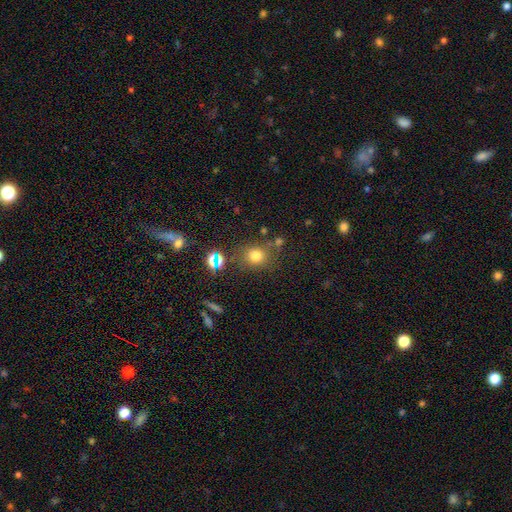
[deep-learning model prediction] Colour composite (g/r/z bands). It shows a smooth galaxy with no disk features (72%) that is round (75%). Merging: none (72%).